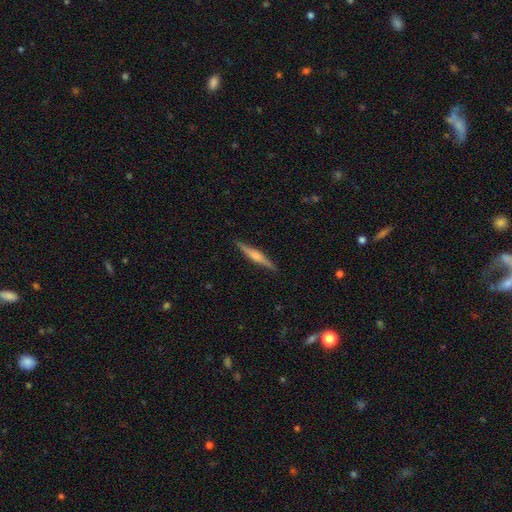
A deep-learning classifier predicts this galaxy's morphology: A featured or disk galaxy (64%) viewed edge-on (98%) with a rounded central bulge (69%). Merging: none (90%).